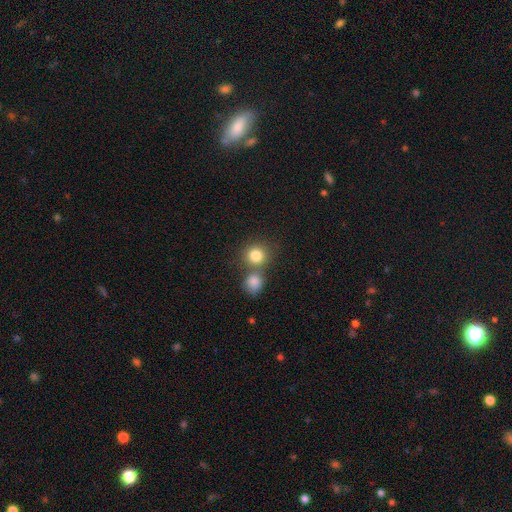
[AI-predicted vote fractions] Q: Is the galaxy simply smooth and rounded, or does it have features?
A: smooth — 82%.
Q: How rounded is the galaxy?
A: round — 85%.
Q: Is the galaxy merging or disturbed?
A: none — 54%.